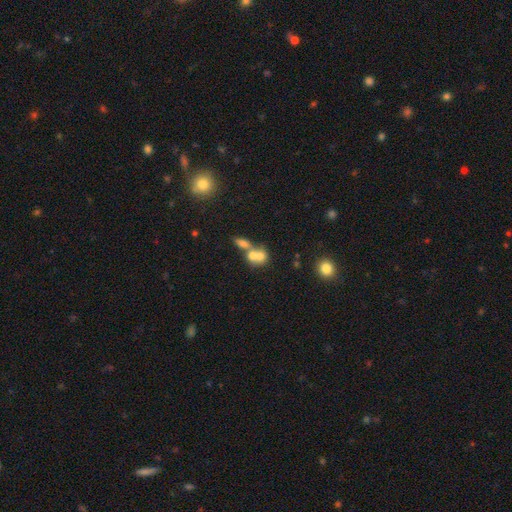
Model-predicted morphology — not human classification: smooth-or-featured: smooth: 66% | featured or disk: 23% | star or artifact: 11%
  how-rounded: round: 60% | in between: 38% | cigar-shaped: 2%
  merging: merger: 66% | none: 23% | minor disturbance: 7% | major disturbance: 4%